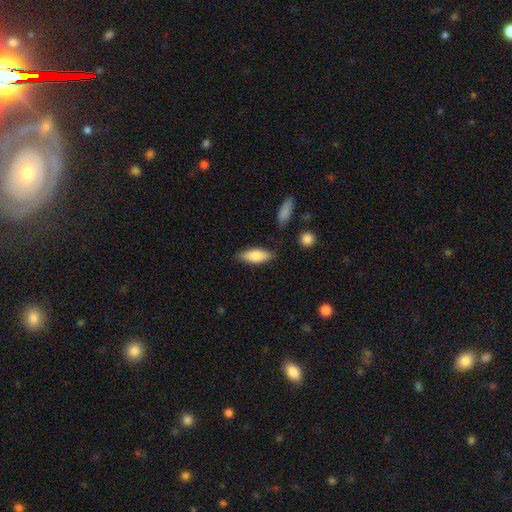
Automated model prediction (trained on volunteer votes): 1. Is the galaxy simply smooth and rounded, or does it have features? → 81% smooth, 13% featured or disk, 6% star or artifact.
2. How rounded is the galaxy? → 75% in between, 23% cigar-shaped, 2% round.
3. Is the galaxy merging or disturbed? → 81% none, 13% minor disturbance, 3% major disturbance, 3% merger.